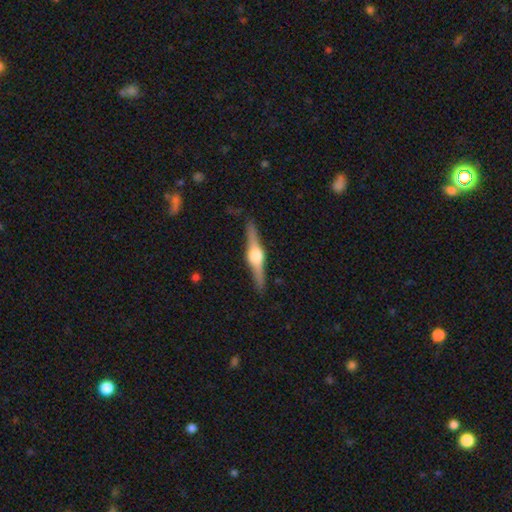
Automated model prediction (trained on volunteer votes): A featured or disk galaxy (81%) viewed edge-on (98%) with a rounded central bulge (94%).

Vote fractions:
- Smooth or featured? featured or disk: 81% / smooth: 13% / star or artifact: 5%
- Edge-on disk? yes: 98% / no: 2%
- Edge-on bulge? rounded: 94% / boxy: 5% / none: 1%
- Merging? none: 90% / minor disturbance: 8% / major disturbance: 2% / merger: 1%